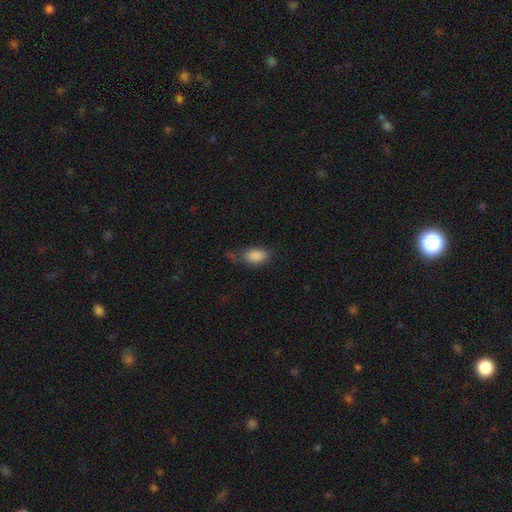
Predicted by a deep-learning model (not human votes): A smooth galaxy with no disk features (86%) that is in between round and cigar-shaped (90%).

Vote fractions:
- Smooth or featured? smooth: 86% / star or artifact: 8% / featured or disk: 6%
- How rounded? in between: 90% / round: 7% / cigar-shaped: 3%
- Merging? none: 45% / minor disturbance: 34% / major disturbance: 16% / merger: 5%